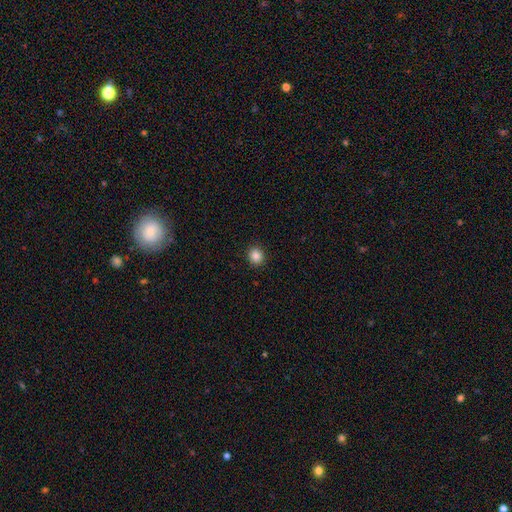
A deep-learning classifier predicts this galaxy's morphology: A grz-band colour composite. It shows a smooth galaxy with no disk features (86%) that is round (79%). Merging: none (91%).